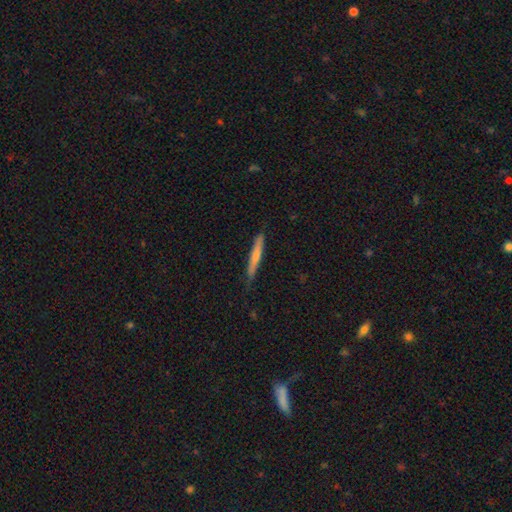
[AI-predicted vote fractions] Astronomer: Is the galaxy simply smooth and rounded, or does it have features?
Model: smooth — 64%.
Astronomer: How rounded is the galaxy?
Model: cigar-shaped — 95%.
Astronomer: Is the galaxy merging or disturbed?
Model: none — 80%.